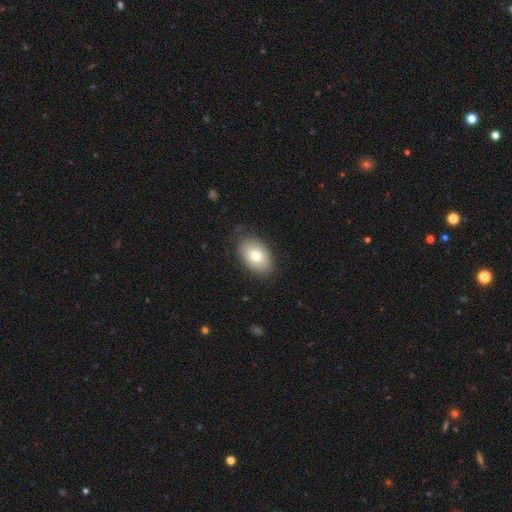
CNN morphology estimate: smooth 78%, featured or disk 15%, star or artifact 7%. Down the decision tree: how rounded — in between (89%); merging — none (82%).